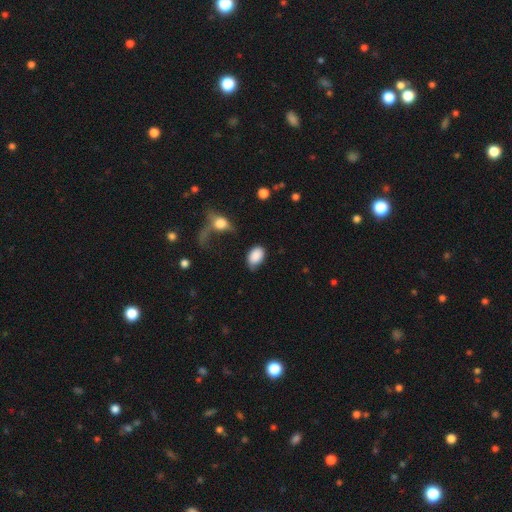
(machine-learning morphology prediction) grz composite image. It shows a smooth galaxy with no disk features (86%) that is in between round and cigar-shaped (85%). Merging: none (57%).